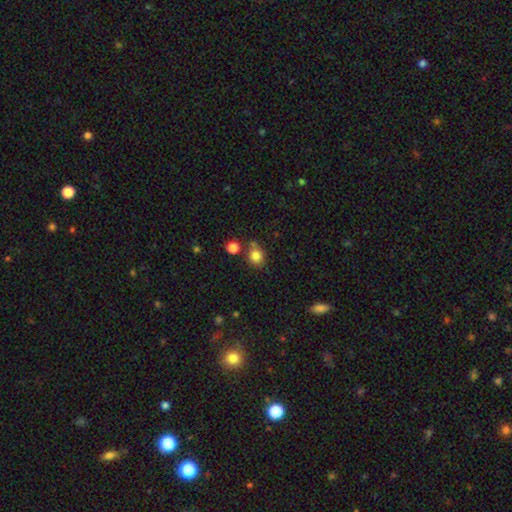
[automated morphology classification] Smooth or featured? Predicted: smooth (p=0.82). How rounded? Predicted: round (p=0.72). Merging? Predicted: none (p=0.66).